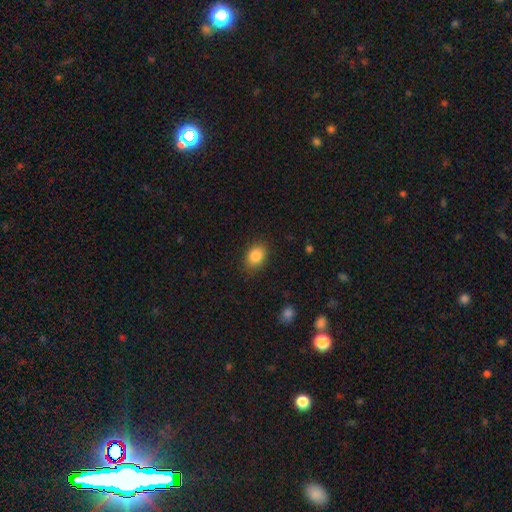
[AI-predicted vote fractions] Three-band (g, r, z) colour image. It shows a smooth galaxy with no disk features (85%) that is in between round and cigar-shaped (70%). Merging: none (85%).